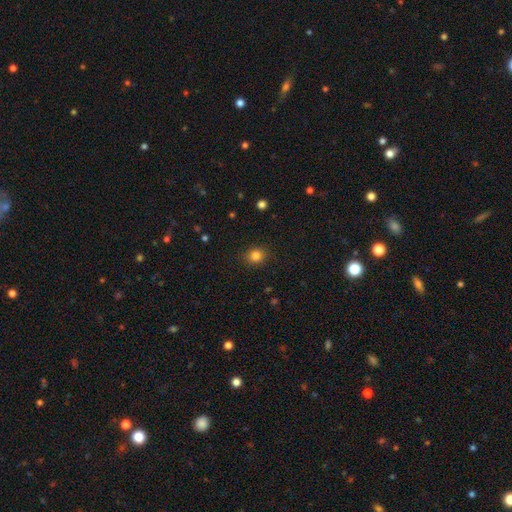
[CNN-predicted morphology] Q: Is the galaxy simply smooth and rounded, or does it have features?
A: smooth — 83%.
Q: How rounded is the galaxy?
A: round — 78%.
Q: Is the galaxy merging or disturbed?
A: none — 89%.